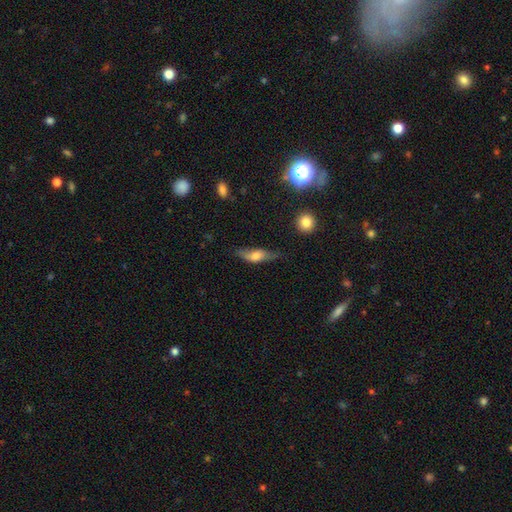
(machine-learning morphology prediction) Q: Smooth or featured?
A: smooth (55%); runner-up: featured or disk (38%)
Q: How rounded?
A: in between (54%); runner-up: cigar-shaped (42%)
Q: Merging?
A: none (62%); runner-up: minor disturbance (28%)